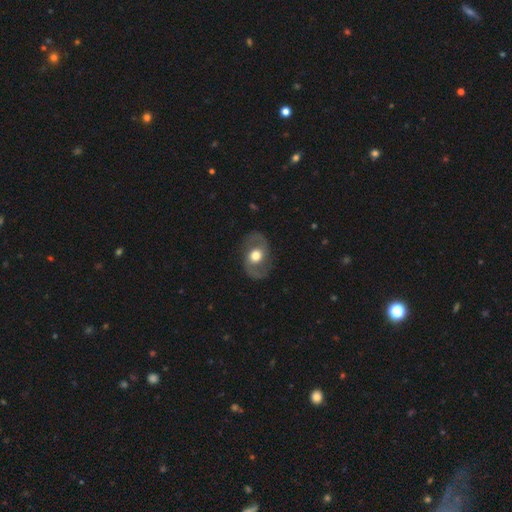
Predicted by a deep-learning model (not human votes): Smooth or featured? Predicted: featured or disk (p=0.69). Edge-on disk? Predicted: no (p=0.95). Bar? Predicted: no (p=0.67). Spiral arms? Predicted: yes (p=0.71). Bulge size? Predicted: moderate (p=0.60). Merging? Predicted: none (p=0.81).